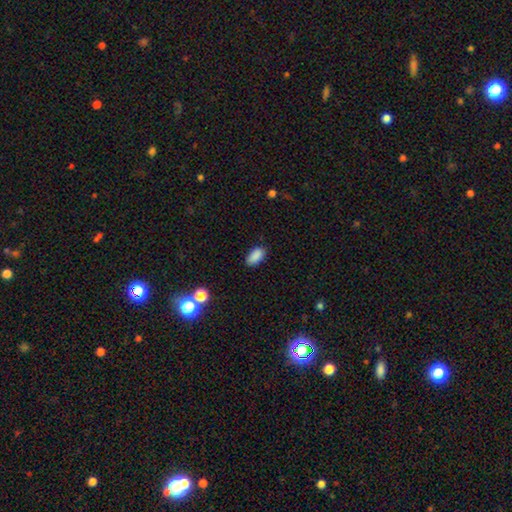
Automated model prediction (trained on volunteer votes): smooth 88%, star or artifact 9%, featured or disk 3%. Down the decision tree: how rounded — in between (93%); merging — none (85%).